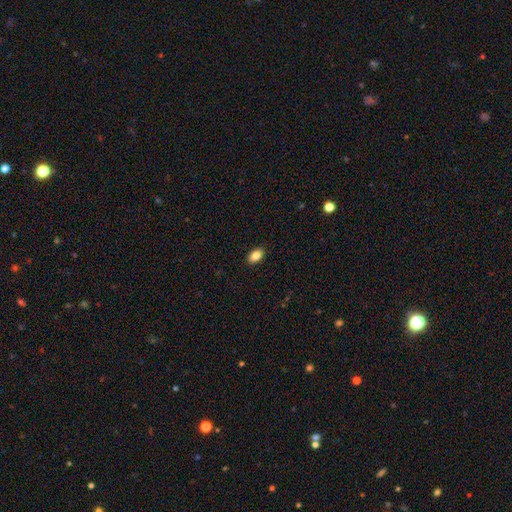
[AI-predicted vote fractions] smooth_or_featured: smooth (p=0.86) [alt: star or artifact p=0.08]
how_rounded: in between (p=0.89) [alt: round p=0.10]
merging: none (p=0.90) [alt: minor disturbance p=0.08]